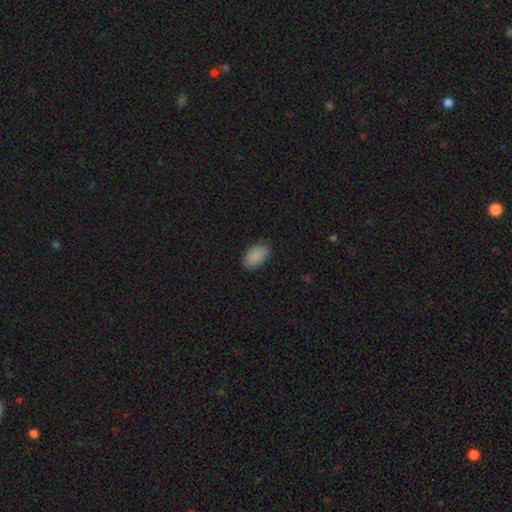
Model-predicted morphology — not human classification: A smooth galaxy with no disk features (89%) that is in between round and cigar-shaped (94%).

Vote fractions:
- Smooth or featured? smooth: 89% / star or artifact: 7% / featured or disk: 4%
- How rounded? in between: 94% / round: 5% / cigar-shaped: 1%
- Merging? none: 83% / minor disturbance: 13% / major disturbance: 3% / merger: 1%